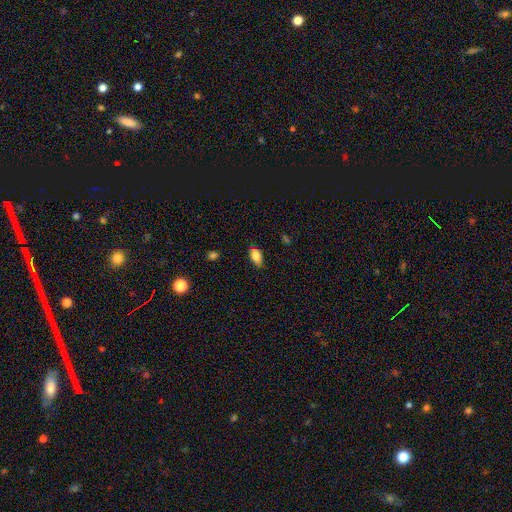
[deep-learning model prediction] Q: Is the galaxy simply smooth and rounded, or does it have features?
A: smooth — 84%.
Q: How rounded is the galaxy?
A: in between — 89%.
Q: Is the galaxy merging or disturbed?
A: none — 79%.